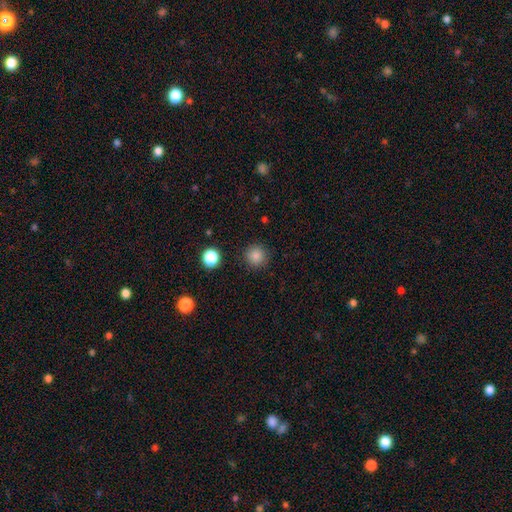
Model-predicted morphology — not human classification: The model was most divided on "smooth or featured": smooth: 85%, star or artifact: 11%, featured or disk: 4%. More confident: how rounded — round (95%); merging — none (91%).